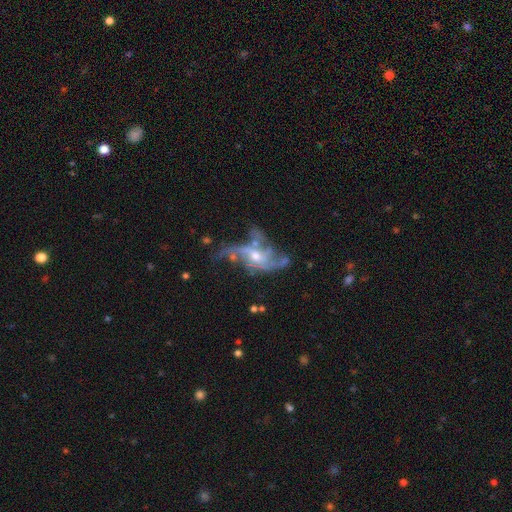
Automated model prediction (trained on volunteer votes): The model was most divided on "spiral arm count" (2-way tie): 2: 26%, 3: 26%, can't tell: 23%, 4: 15%, 1: 6%, more than 4: 5%. Remaining: edge-on disk — no (95%); spiral arms — yes (86%); smooth or featured — featured or disk (83%); bar — no (60%); spiral winding — loose (52%); bulge size — moderate (51%); merging — none (42%).